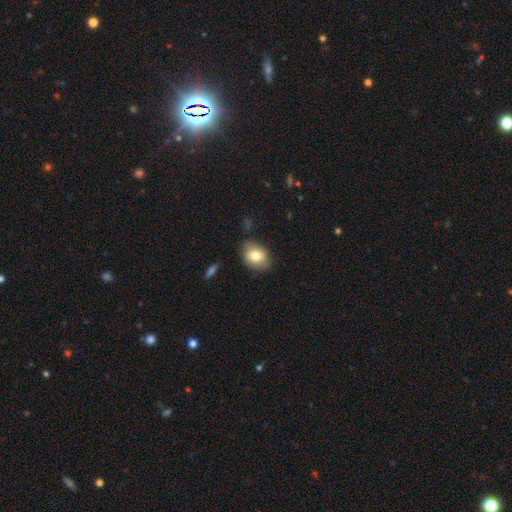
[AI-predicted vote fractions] Morphology: type=smooth (78%); roundness=in between (67%); merging=none (78%).